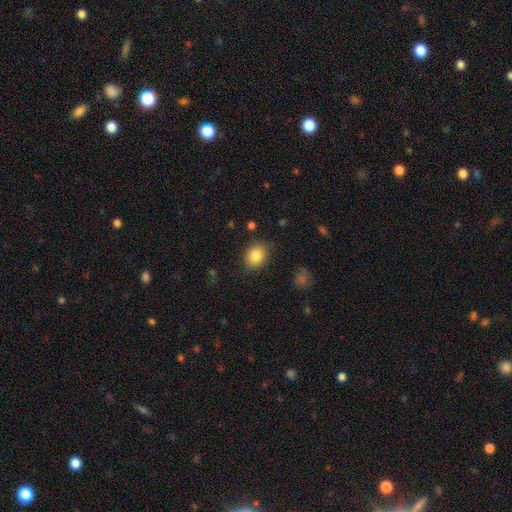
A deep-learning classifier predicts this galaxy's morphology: This is clearly a smooth galaxy (83%). How rounded: possibly round (54%). Merging: clearly none (84%).